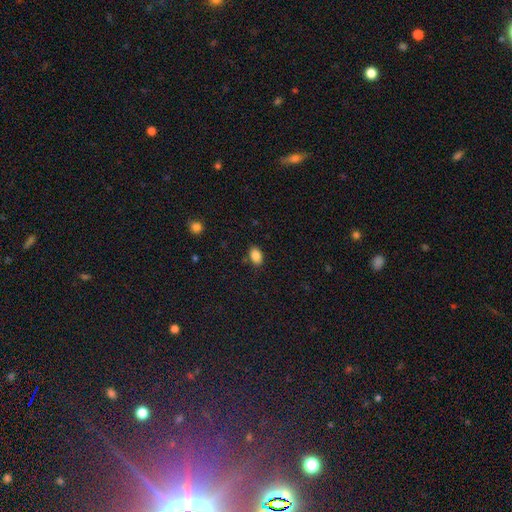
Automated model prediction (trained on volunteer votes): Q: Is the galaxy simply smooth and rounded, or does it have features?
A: smooth — 86%.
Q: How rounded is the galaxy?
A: in between — 85%.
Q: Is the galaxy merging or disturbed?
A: none — 83%.